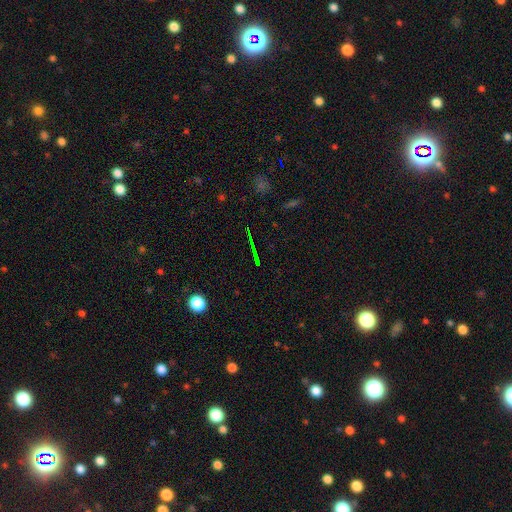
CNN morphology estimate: Overall: star or artifact (71%).